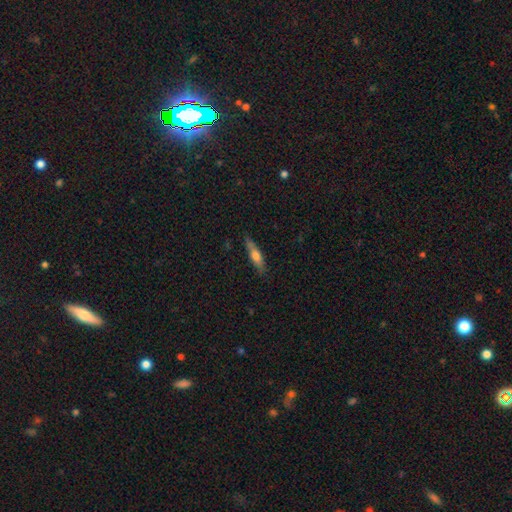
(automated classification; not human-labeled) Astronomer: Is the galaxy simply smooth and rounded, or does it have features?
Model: smooth — 61%.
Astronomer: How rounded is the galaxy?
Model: cigar-shaped — 72%.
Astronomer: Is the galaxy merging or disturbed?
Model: none — 78%.